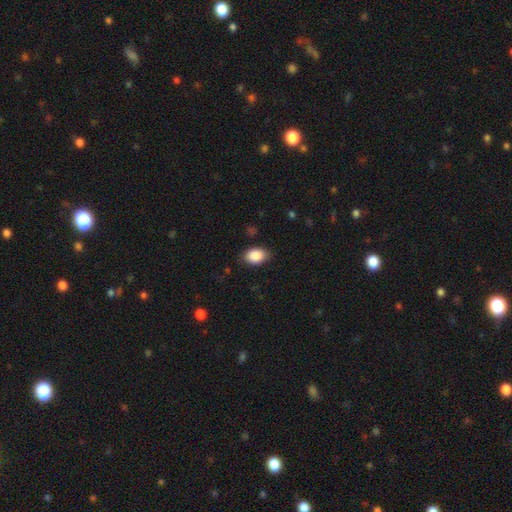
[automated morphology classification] smooth 88%, star or artifact 7%, featured or disk 5%. Down the decision tree: how rounded — in between (85%); merging — none (82%).